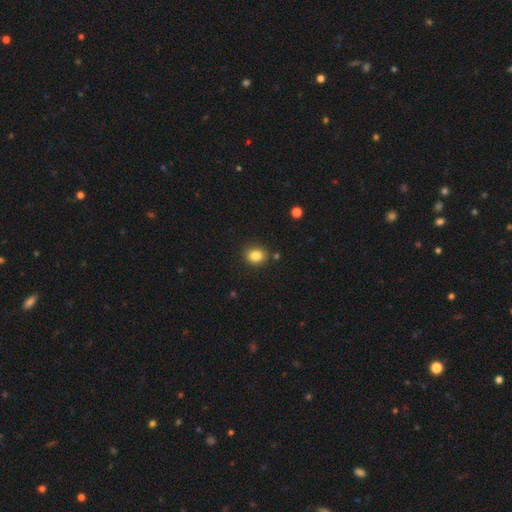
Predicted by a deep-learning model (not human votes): Smooth or featured: smooth — 84% (star or artifact — 10%)
How rounded: round — 61% (in between — 38%)
Merging: none — 86% (minor disturbance — 9%)